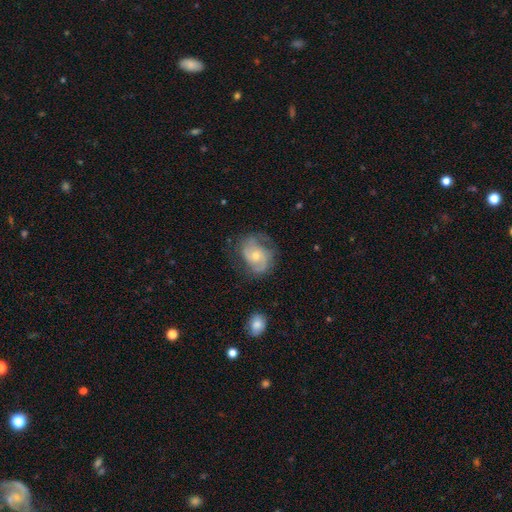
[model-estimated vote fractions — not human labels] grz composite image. It shows a featured or disk galaxy (79%) with no bar (65%), 2 (73%) medium (51%) spiral arms (94%) and a small central bulge (50%). Merging: none (64%).